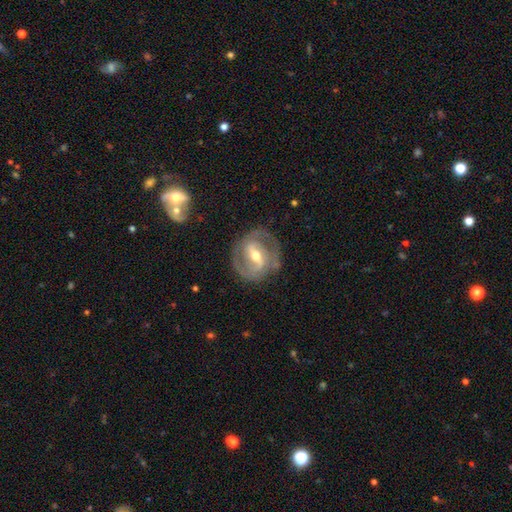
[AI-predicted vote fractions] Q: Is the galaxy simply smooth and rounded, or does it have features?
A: featured or disk — 84%.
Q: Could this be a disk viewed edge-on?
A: no — 96%.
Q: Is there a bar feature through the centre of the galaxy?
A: strong — 53%.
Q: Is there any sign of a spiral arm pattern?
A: yes — 88%.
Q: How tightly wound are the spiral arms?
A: tight — 45%.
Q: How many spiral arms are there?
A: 2 — 82%.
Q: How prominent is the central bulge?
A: moderate — 68%.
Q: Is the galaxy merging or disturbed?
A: none — 77%.